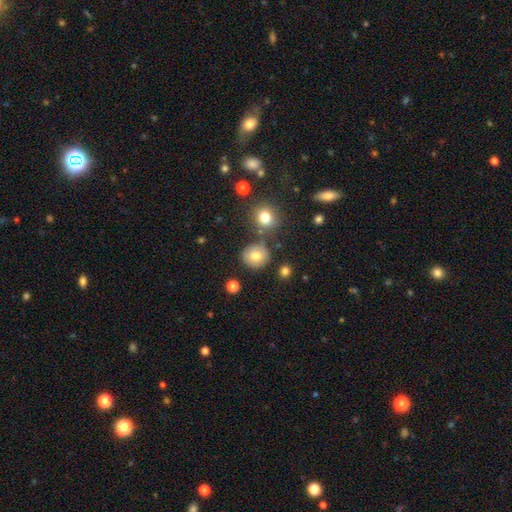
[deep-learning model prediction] Smooth or featured: smooth — 77% (star or artifact — 12%)
How rounded: round — 84% (in between — 15%)
Merging: none — 75% (minor disturbance — 14%)